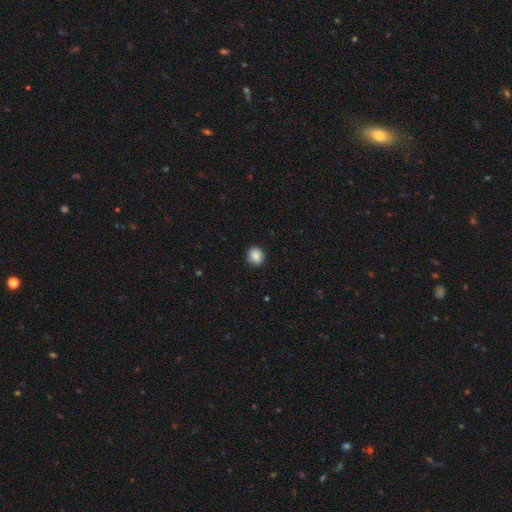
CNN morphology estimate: A smooth galaxy with no disk features (87%) that is round (78%).

Vote fractions:
- Smooth or featured? smooth: 87% / star or artifact: 9% / featured or disk: 4%
- How rounded? round: 78% / in between: 21% / cigar-shaped: 1%
- Merging? none: 86% / minor disturbance: 10% / major disturbance: 2% / merger: 1%